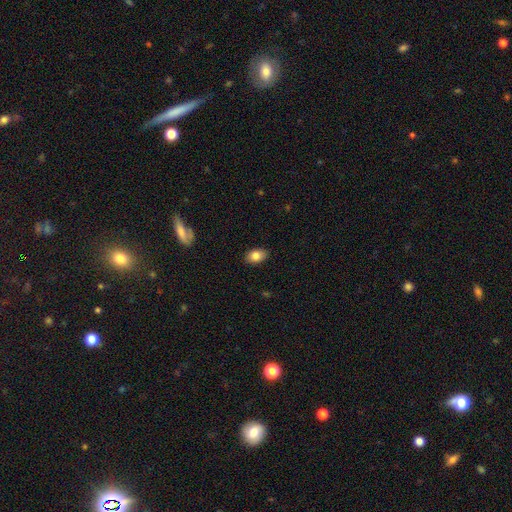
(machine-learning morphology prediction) This is clearly a smooth galaxy (84%). How rounded: clearly in between (88%). Merging: clearly none (87%).